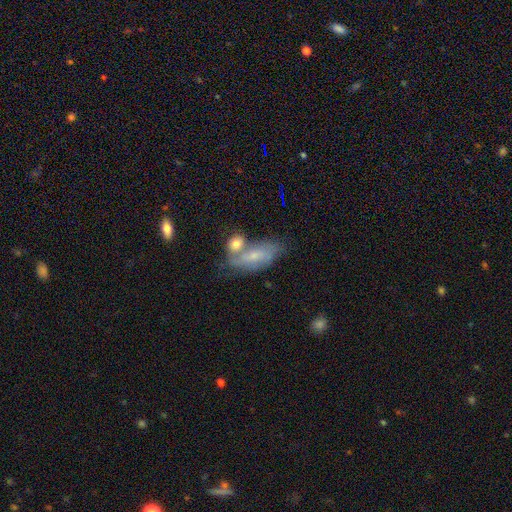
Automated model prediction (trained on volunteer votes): Smooth or featured? smooth (56%)
How rounded? in between (81%)
Merging? merger (42%)